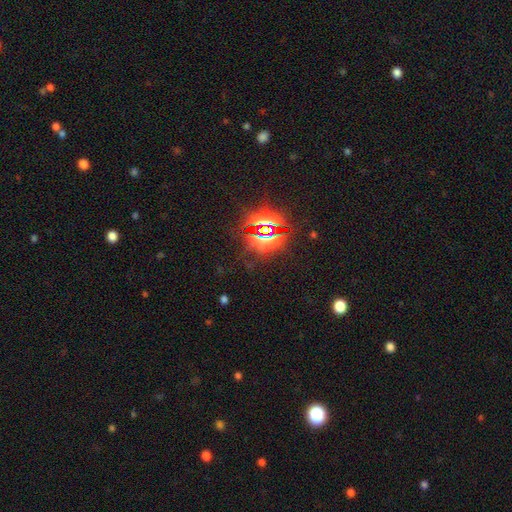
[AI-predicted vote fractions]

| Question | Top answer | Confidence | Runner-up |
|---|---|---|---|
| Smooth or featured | star or artifact | 85% | smooth (9%) |